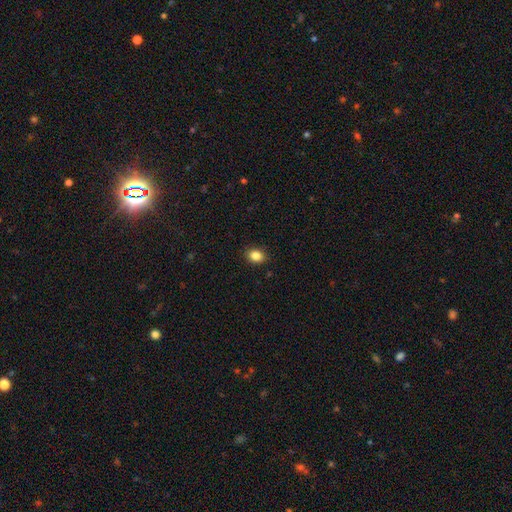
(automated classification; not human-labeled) smooth_or_featured: smooth (p=0.86) [alt: star or artifact p=0.10]
how_rounded: in between (p=0.60) [alt: round p=0.38]
merging: none (p=0.89) [alt: minor disturbance p=0.08]